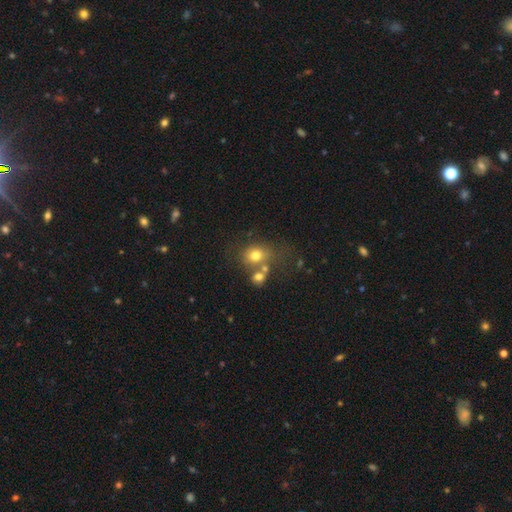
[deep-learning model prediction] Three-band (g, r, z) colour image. It shows a smooth galaxy with no disk features (73%) that is round (61%). Merging: none (46%).